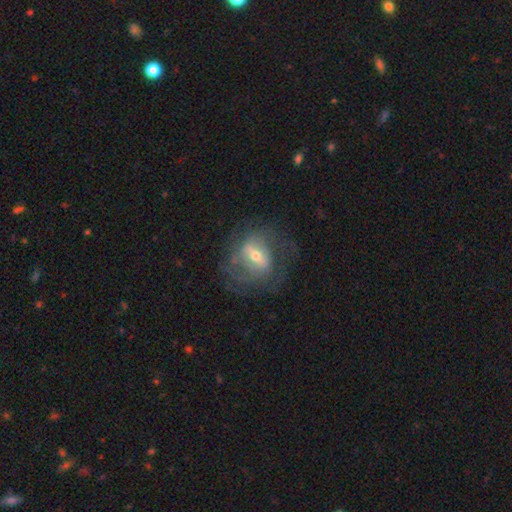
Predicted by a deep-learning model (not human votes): Overall: featured or disk (72%). Edge-on disk: no (93%). Bar: weak (43%; strong 36%). Spiral arms: yes (64%; no 36%). Bulge size: moderate (59%; small 34%). Merging: none (60%; major disturbance 20%).